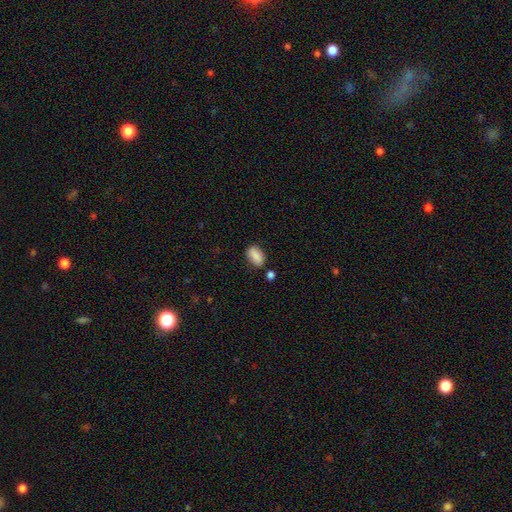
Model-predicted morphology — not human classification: The model was most divided on "merging": none: 75%, minor disturbance: 15%, merger: 6%, major disturbance: 3%. More confident: how rounded — in between (89%); smooth or featured — smooth (86%).